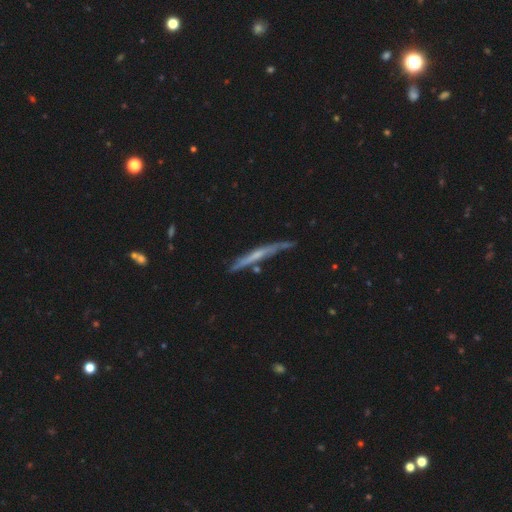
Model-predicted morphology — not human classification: type=featured or disk (58%); edge-on=yes (94%); edge-on bulge=none (68%); merging=none (71%).